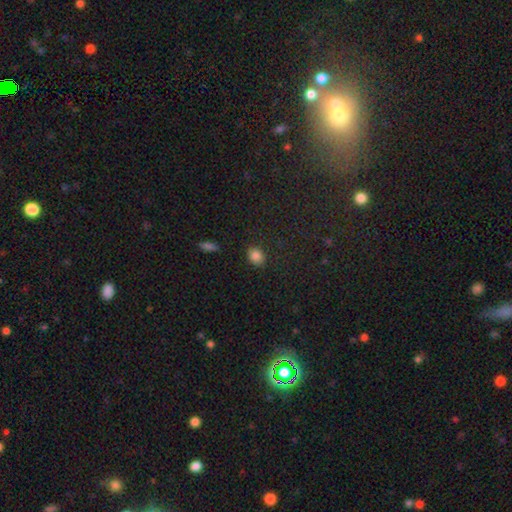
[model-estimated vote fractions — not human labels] smooth 84%, star or artifact 11%, featured or disk 5%. Down the decision tree: how rounded — in between (60%); merging — none (85%).